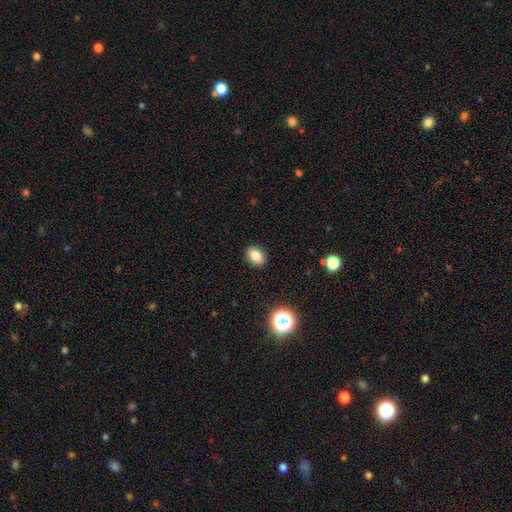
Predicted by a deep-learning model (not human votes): Overall: smooth (82%). How rounded: in between (70%). Merging: none (90%).